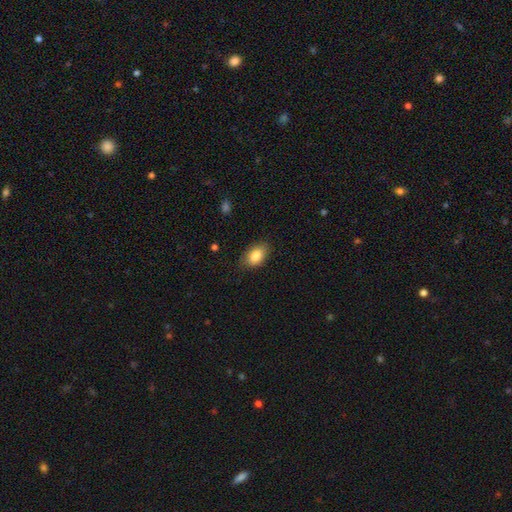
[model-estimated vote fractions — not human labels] The model was most divided on "merging": none: 80%, minor disturbance: 15%, major disturbance: 3%, merger: 1%. More confident: how rounded — in between (90%); smooth or featured — smooth (86%).